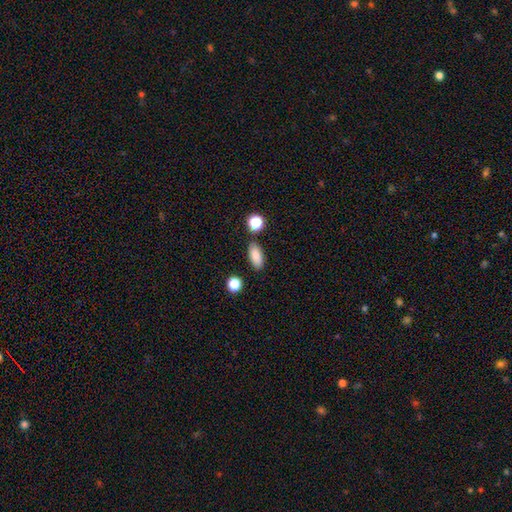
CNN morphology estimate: smooth_or_featured: smooth (p=0.85) [alt: star or artifact p=0.09]
how_rounded: in between (p=0.86) [alt: cigar-shaped p=0.09]
merging: none (p=0.84) [alt: minor disturbance p=0.09]